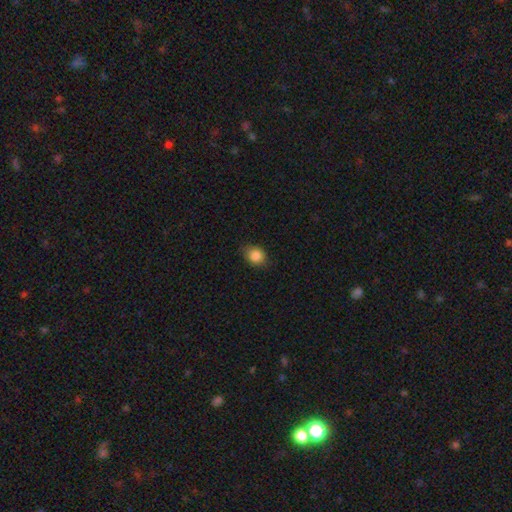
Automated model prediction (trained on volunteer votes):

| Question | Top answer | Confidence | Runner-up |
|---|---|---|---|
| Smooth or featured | smooth | 86% | star or artifact (9%) |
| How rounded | round | 59% | in between (40%) |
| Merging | none | 80% | minor disturbance (16%) |